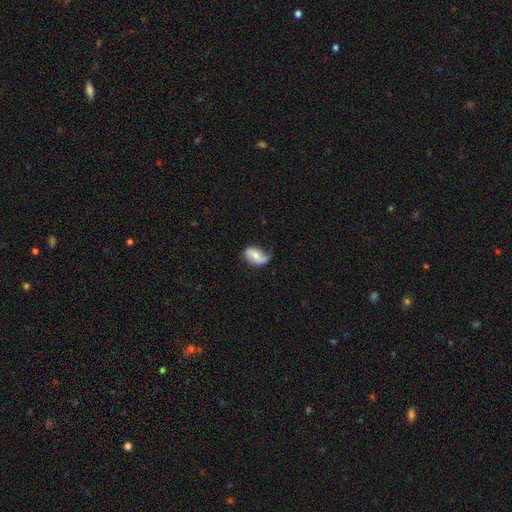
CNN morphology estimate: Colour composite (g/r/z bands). It shows a smooth galaxy with no disk features (48%). Merging: none (46%).